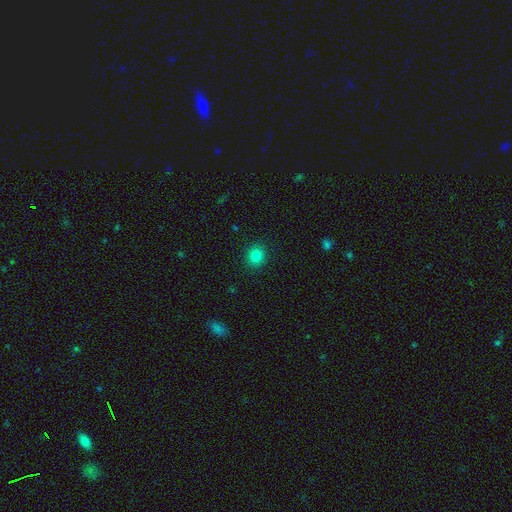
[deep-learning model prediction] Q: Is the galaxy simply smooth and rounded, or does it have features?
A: smooth — 82%.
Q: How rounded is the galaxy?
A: round — 81%.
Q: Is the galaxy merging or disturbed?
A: none — 91%.